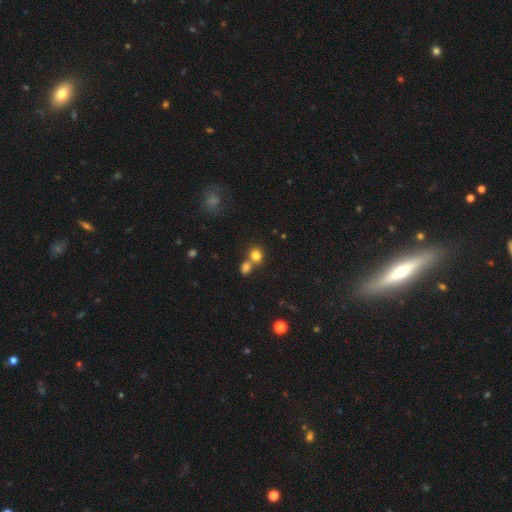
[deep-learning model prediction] A smooth galaxy with no disk features (79%) that is round (69%).

Vote fractions:
- Smooth or featured? smooth: 79% / star or artifact: 13% / featured or disk: 8%
- How rounded? round: 69% / in between: 30% / cigar-shaped: 1%
- Merging? none: 47% / merger: 42% / minor disturbance: 8% / major disturbance: 3%